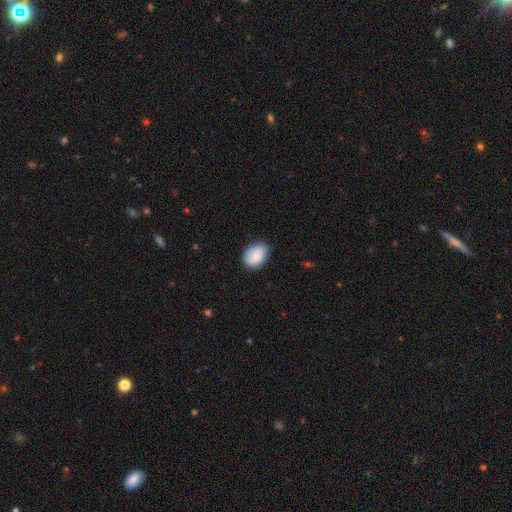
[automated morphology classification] smooth-or-featured: smooth: 85% | featured or disk: 8% | star or artifact: 7%
  how-rounded: in between: 75% | round: 24% | cigar-shaped: 1%
  merging: none: 72% | minor disturbance: 23% | major disturbance: 4% | merger: 1%